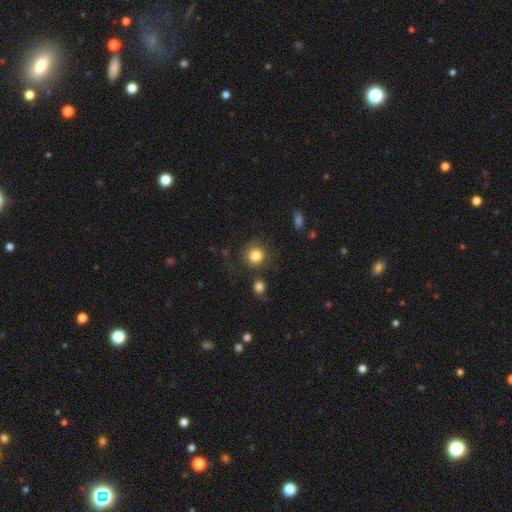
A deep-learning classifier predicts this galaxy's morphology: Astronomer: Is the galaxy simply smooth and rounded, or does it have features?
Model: smooth — 83%.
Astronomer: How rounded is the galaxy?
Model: round — 91%.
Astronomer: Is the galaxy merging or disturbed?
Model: none — 80%.